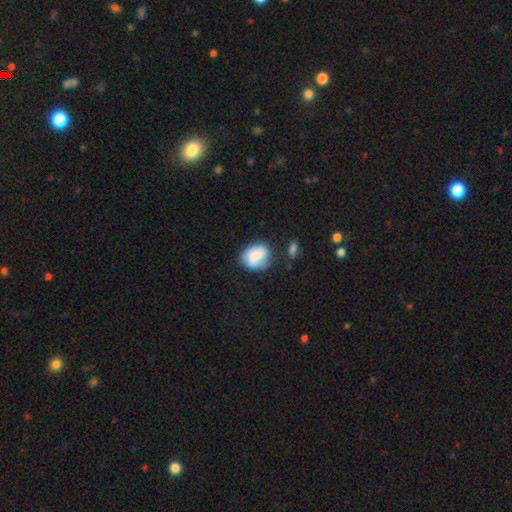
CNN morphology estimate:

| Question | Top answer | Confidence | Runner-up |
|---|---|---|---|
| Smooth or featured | smooth | 63% | featured or disk (29%) |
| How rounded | in between | 51% | round (48%) |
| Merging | none | 52% | minor disturbance (29%) |